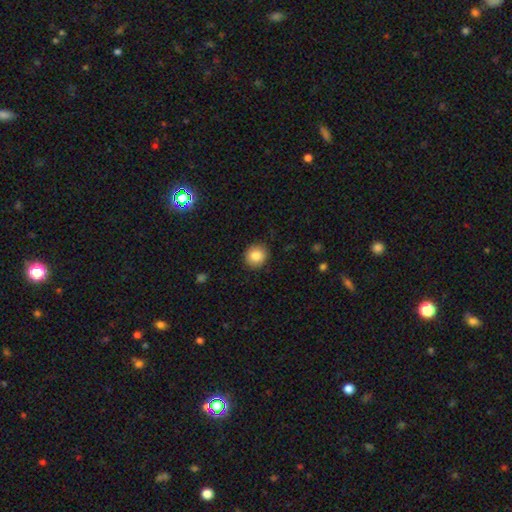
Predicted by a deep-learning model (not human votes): A smooth galaxy with no disk features (85%) that is round (86%).

Vote fractions:
- Smooth or featured? smooth: 85% / star or artifact: 9% / featured or disk: 6%
- How rounded? round: 86% / in between: 13% / cigar-shaped: 1%
- Merging? none: 90% / minor disturbance: 7% / major disturbance: 2% / merger: 1%